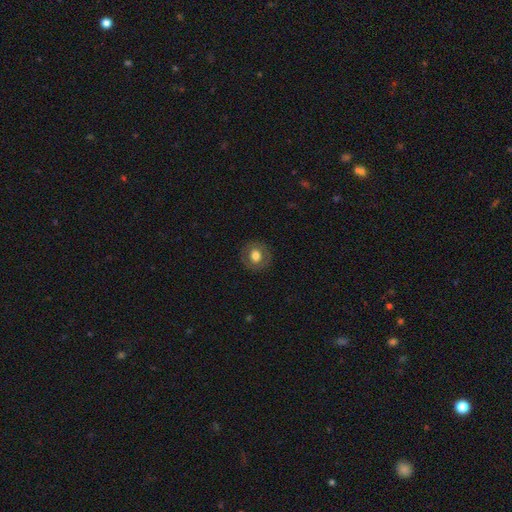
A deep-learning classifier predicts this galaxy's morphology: Smooth or featured? smooth (67%)
How rounded? round (84%)
Merging? none (87%)